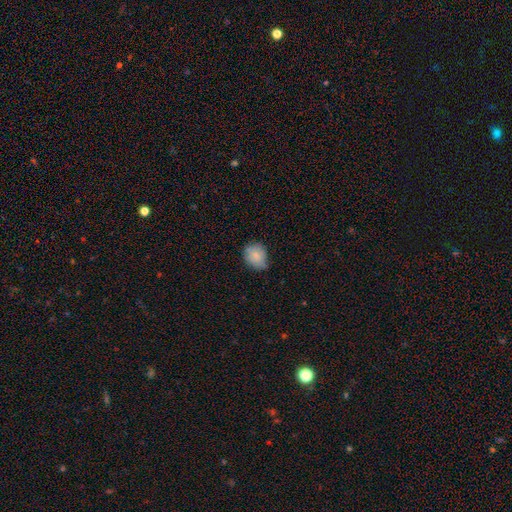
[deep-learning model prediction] smooth-or-featured: smooth: 80% | featured or disk: 12% | star or artifact: 8%
  how-rounded: round: 61% | in between: 38% | cigar-shaped: 1%
  merging: none: 60% | minor disturbance: 33% | major disturbance: 5% | merger: 2%